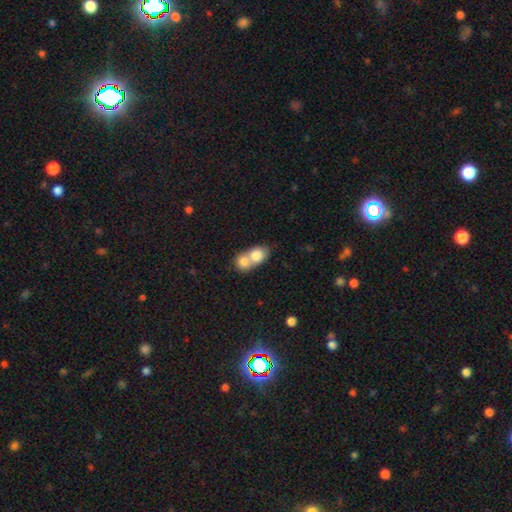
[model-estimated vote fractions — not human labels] A smooth galaxy with no disk features (78%) that is in between round and cigar-shaped (49%, tied with round). Merging: merger (75%).